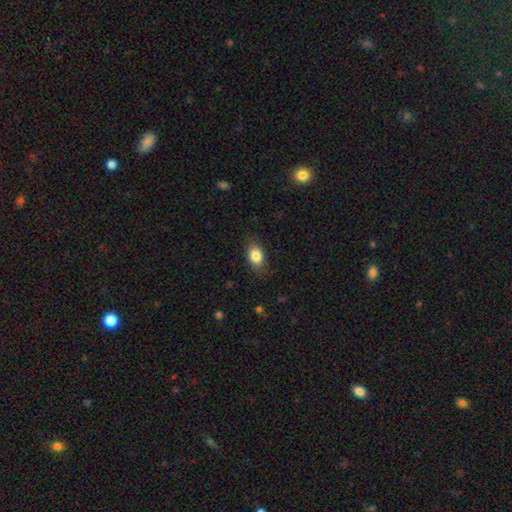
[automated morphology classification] type=smooth (84%); roundness=in between (78%); merging=none (79%).